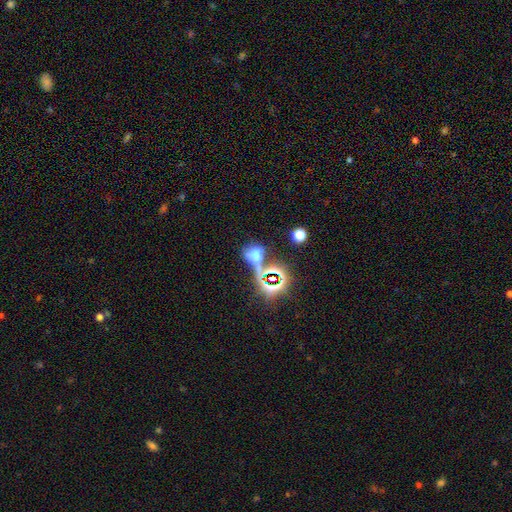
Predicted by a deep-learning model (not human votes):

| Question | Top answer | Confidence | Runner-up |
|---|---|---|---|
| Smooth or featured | smooth | 48% | star or artifact (38%) |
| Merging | merger | 38% | none (32%) |